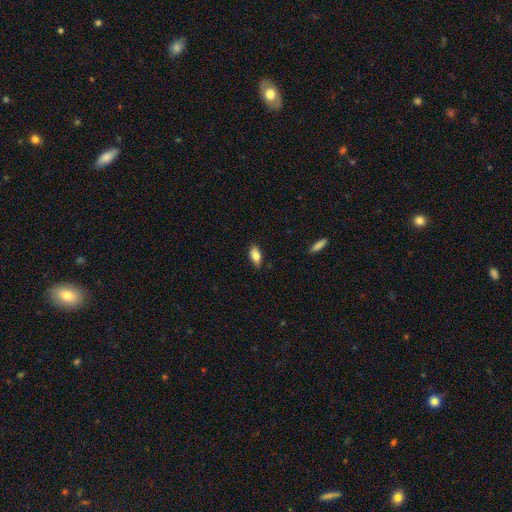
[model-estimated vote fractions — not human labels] Morphology: type=smooth (79%); roundness=in between (87%); merging=none (84%).